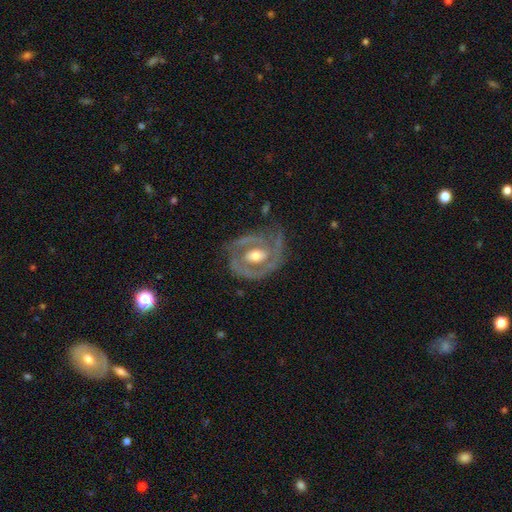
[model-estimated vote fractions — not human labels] A featured or disk galaxy (85%) with no bar (45%), 2 (58%) tight (56%) spiral arms (81%) and a moderate central bulge (69%). Merging: none (63%).